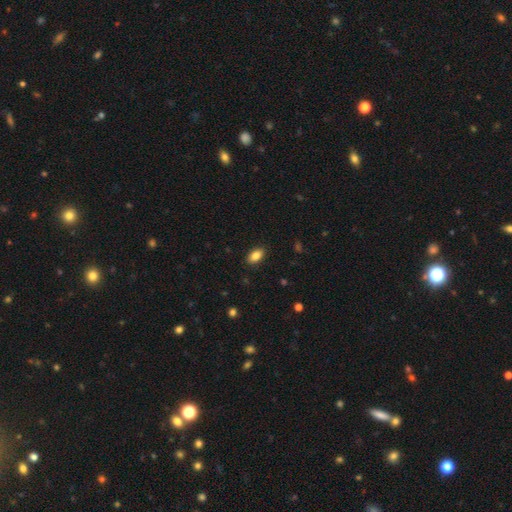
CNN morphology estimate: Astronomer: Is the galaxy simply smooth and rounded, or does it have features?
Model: smooth — 86%.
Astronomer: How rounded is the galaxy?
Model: in between — 91%.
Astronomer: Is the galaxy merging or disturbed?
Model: none — 88%.